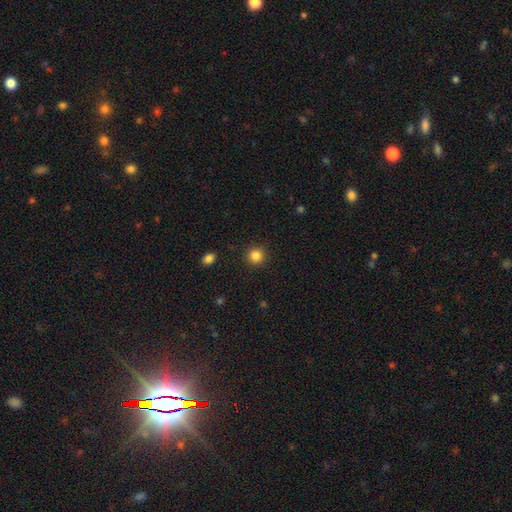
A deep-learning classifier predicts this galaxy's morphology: type=smooth (85%); roundness=round (94%); merging=none (91%).